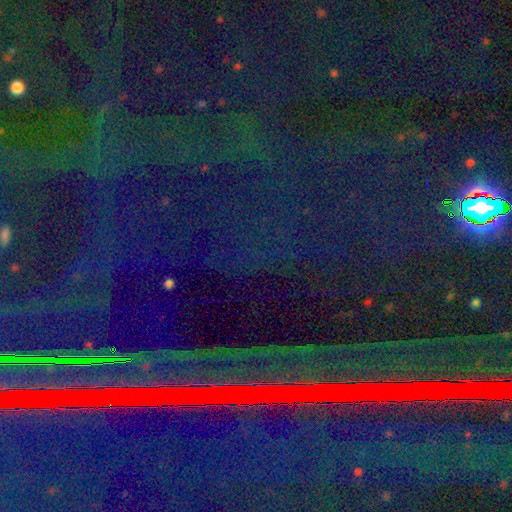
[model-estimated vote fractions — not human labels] smooth_or_featured: star or artifact (p=0.88) [alt: smooth p=0.06]